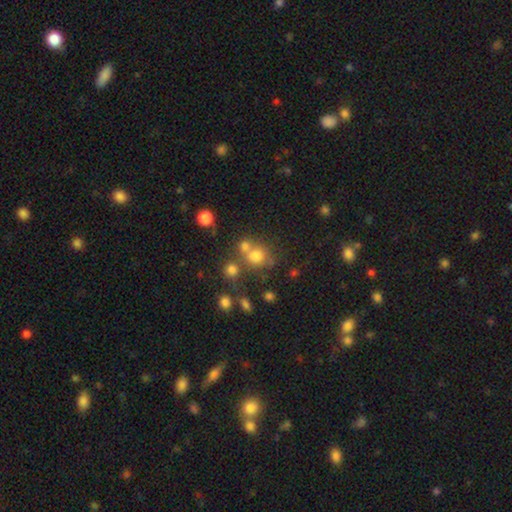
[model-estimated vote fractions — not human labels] Smooth or featured? Predicted: smooth (p=0.71). How rounded? Predicted: round (p=0.80). Merging? Predicted: none (p=0.54).